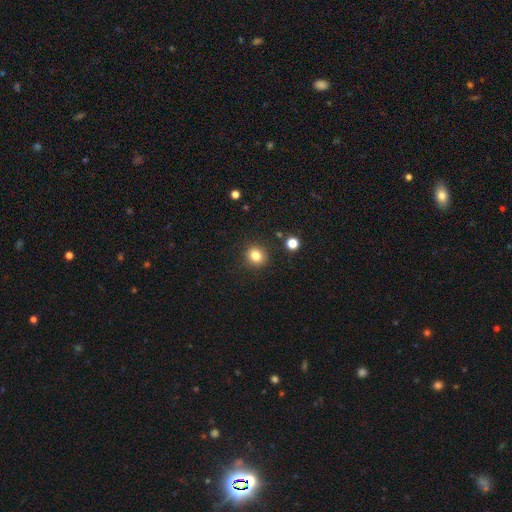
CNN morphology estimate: Overall: smooth (82%). How rounded: round (88%). Merging: none (90%).